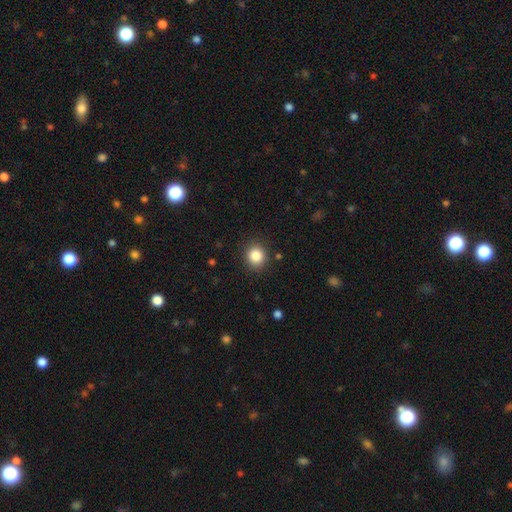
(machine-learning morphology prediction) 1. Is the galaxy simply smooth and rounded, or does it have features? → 86% smooth, 10% star or artifact, 4% featured or disk.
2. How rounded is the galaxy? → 88% round, 11% in between, 1% cigar-shaped.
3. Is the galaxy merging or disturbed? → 88% none, 8% minor disturbance, 3% major disturbance, 1% merger.